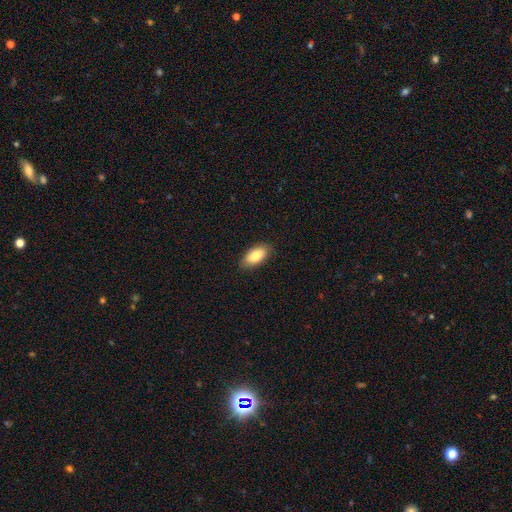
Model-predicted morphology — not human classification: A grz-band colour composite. It shows a smooth galaxy with no disk features (84%) that is in between round and cigar-shaped (92%). Merging: none (86%).